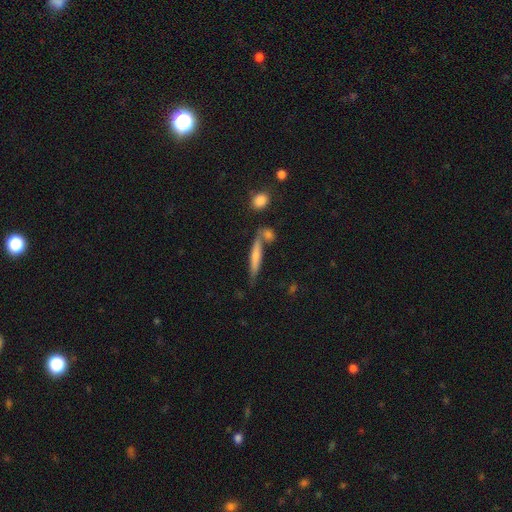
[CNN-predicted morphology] smooth 61%, featured or disk 32%, star or artifact 7%. Down the decision tree: how rounded — cigar-shaped (87%); merging — none (63%).